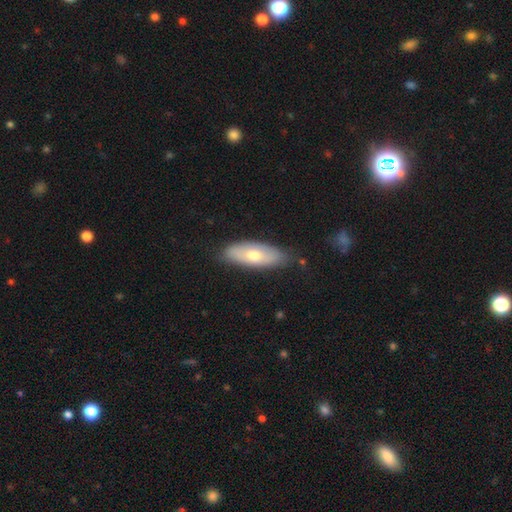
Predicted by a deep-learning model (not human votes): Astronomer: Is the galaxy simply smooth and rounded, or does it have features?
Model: smooth — 61%.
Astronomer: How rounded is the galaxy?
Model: in between — 73%.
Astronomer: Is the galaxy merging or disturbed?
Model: none — 78%.